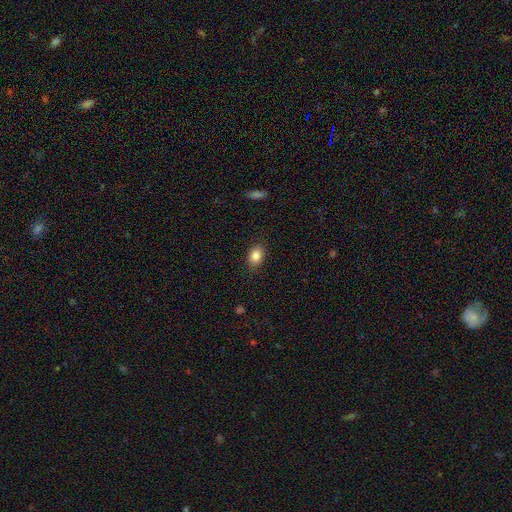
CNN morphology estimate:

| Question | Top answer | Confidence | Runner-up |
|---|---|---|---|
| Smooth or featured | smooth | 84% | star or artifact (9%) |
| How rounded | in between | 76% | round (22%) |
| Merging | none | 86% | minor disturbance (10%) |